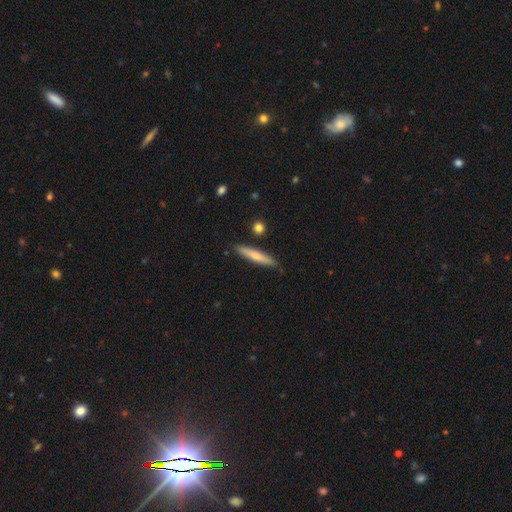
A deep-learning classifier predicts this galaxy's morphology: smooth_or_featured: smooth (p=0.67) [alt: featured or disk p=0.28]
how_rounded: cigar-shaped (p=0.91) [alt: in between p=0.08]
merging: none (p=0.86) [alt: minor disturbance p=0.10]